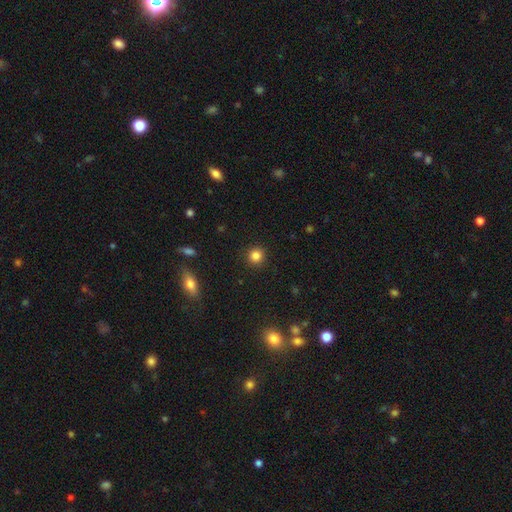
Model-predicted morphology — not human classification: A smooth galaxy with no disk features (84%) that is round (94%).

Vote fractions:
- Smooth or featured? smooth: 84% / star or artifact: 12% / featured or disk: 4%
- How rounded? round: 94% / in between: 5% / cigar-shaped: 1%
- Merging? none: 91% / minor disturbance: 5% / major disturbance: 2% / merger: 1%